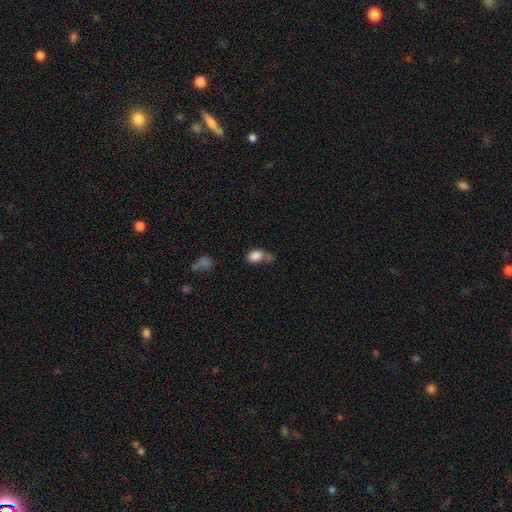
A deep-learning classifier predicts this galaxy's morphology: This is clearly a smooth galaxy (83%). How rounded: likely in between (67%). Merging: marginally none (32%).